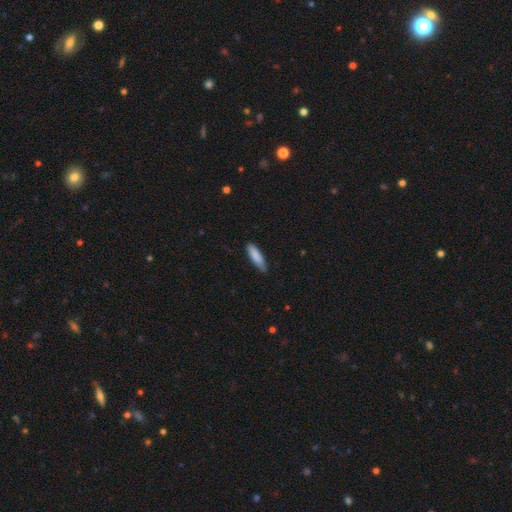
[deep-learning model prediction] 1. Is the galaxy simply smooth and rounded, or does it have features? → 85% smooth, 9% featured or disk, 6% star or artifact.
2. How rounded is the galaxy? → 65% cigar-shaped, 34% in between, 1% round.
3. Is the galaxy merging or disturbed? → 75% none, 21% minor disturbance, 3% major disturbance, 1% merger.